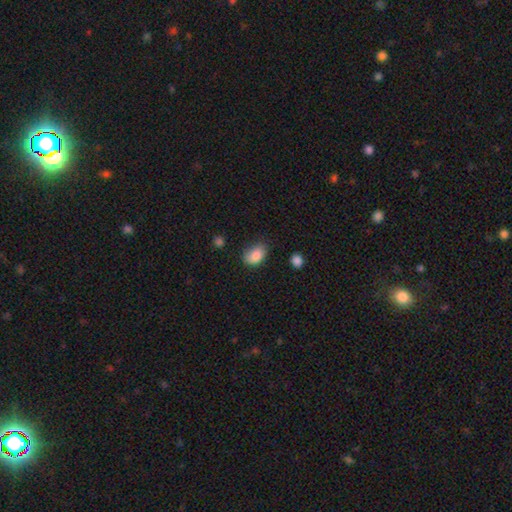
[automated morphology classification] This is clearly a smooth galaxy (85%). How rounded: clearly in between (82%). Merging: possibly none (60%).